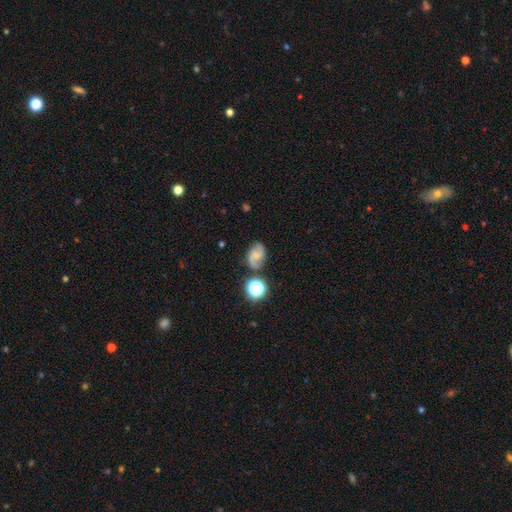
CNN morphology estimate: Smooth or featured? featured or disk (63%)
Edge-on disk? no (97%)
Bar? no (53%)
Spiral arms? yes (94%)
Spiral winding? medium (48%)
Spiral arm count? 2 (88%)
Bulge size? small (44%)
Merging? none (72%)